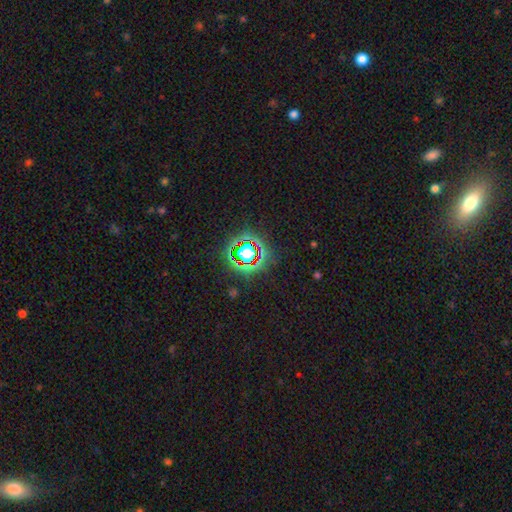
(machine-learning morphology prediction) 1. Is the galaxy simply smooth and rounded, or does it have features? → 74% star or artifact, 16% smooth, 9% featured or disk.